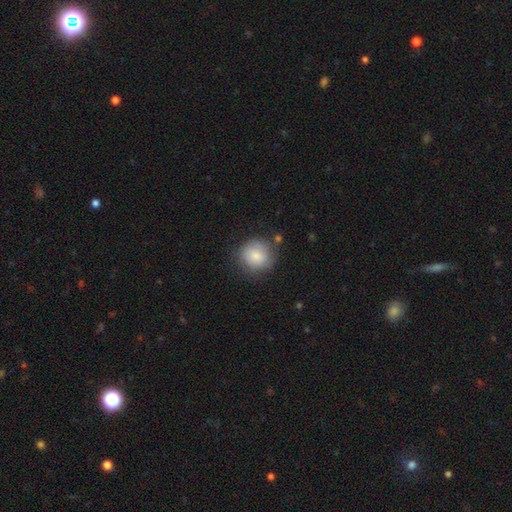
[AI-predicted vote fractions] A smooth galaxy with no disk features (82%) that is round (90%). Merging: none (74%).